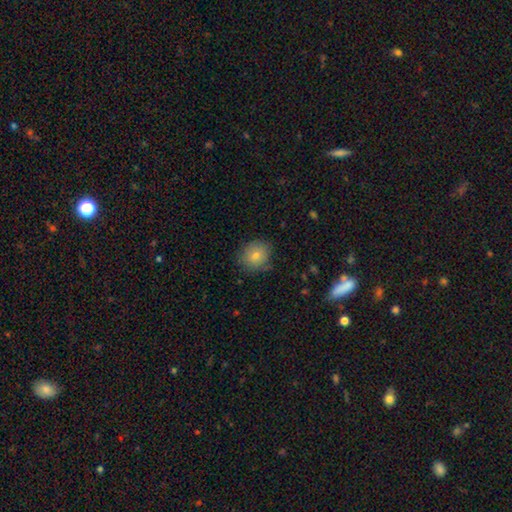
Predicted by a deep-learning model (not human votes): Smooth or featured? smooth (76%)
How rounded? round (83%)
Merging? none (83%)